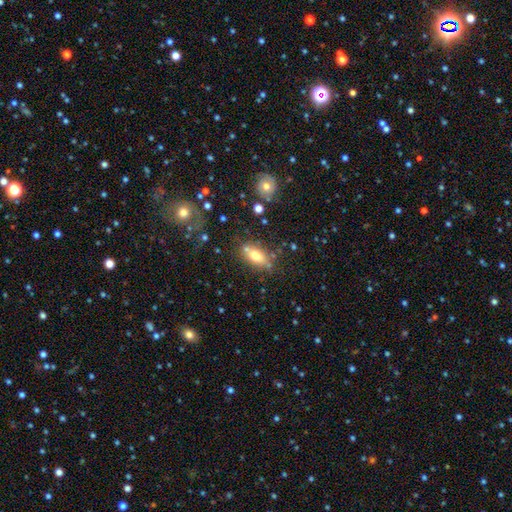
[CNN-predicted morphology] smooth 70%, featured or disk 20%, star or artifact 10%. Down the decision tree: how rounded — in between (81%); merging — none (66%).